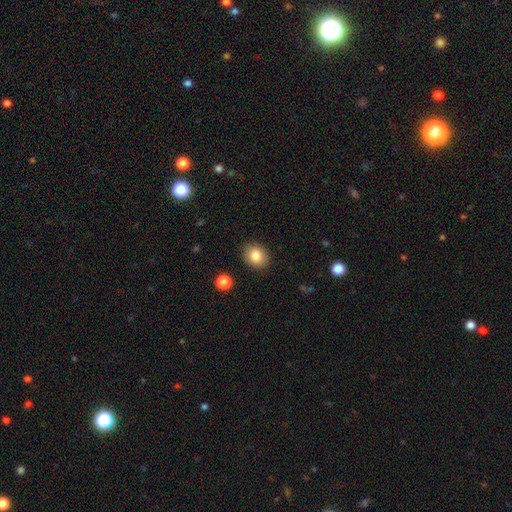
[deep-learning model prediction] A smooth galaxy with no disk features (83%) that is round (56%).

Vote fractions:
- Smooth or featured? smooth: 83% / star or artifact: 9% / featured or disk: 8%
- How rounded? round: 56% / in between: 43% / cigar-shaped: 1%
- Merging? none: 89% / minor disturbance: 8% / major disturbance: 2% / merger: 1%